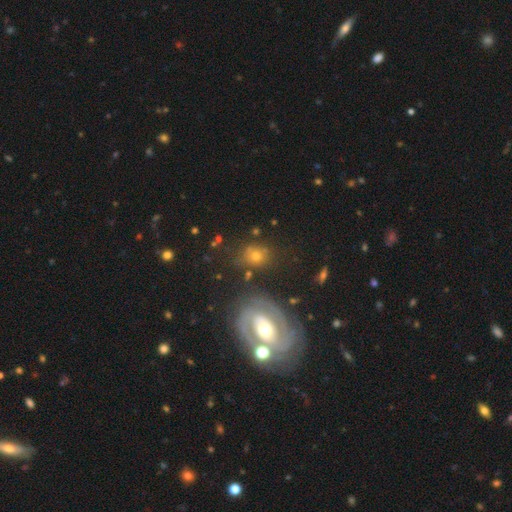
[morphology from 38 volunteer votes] A featured or disk galaxy (55%) with no bar (79%), 3 (56%) tight (56%) spiral arms (95%) and a moderate central bulge (63%). Merging: none (69%).